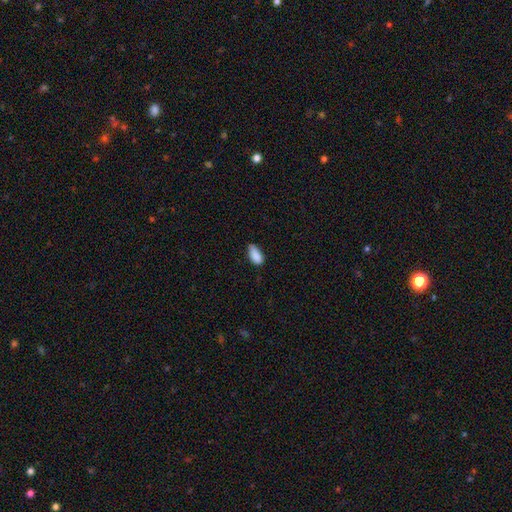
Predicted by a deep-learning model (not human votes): Smooth or featured? smooth (87%)
How rounded? in between (90%)
Merging? none (60%)